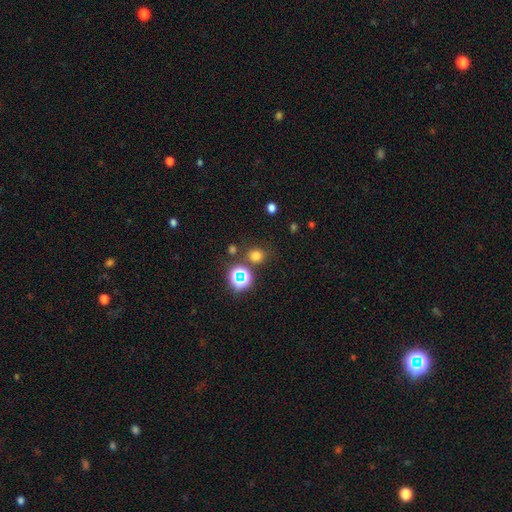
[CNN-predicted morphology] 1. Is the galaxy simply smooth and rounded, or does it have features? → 69% smooth, 25% star or artifact, 6% featured or disk.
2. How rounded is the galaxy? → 82% round, 17% in between, 1% cigar-shaped.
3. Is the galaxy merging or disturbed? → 79% none, 9% minor disturbance, 7% merger, 4% major disturbance.